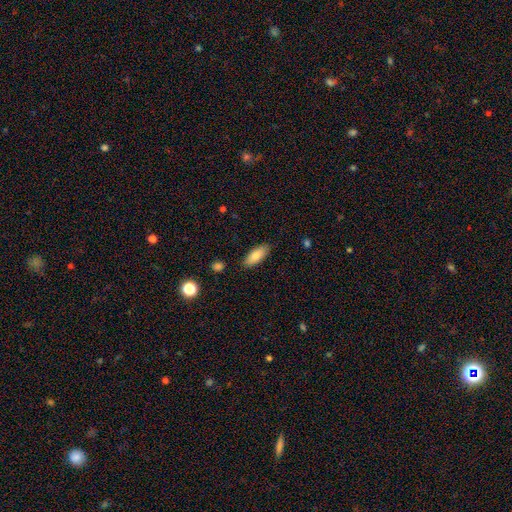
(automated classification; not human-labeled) The model was most divided on "how rounded": in between: 77%, cigar-shaped: 21%, round: 2%. More confident: merging — none (85%); smooth or featured — smooth (81%).